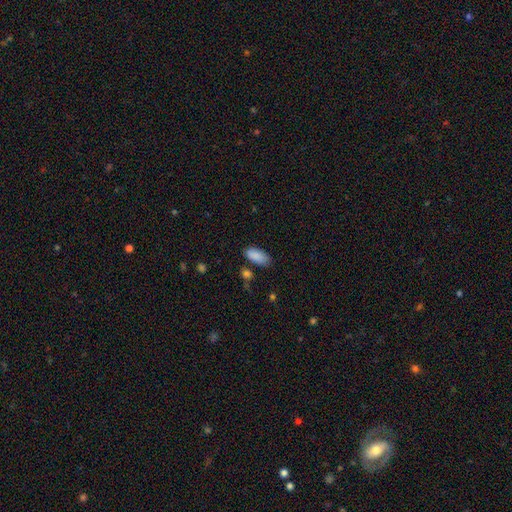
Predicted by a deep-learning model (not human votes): A smooth galaxy with no disk features (89%) that is in between round and cigar-shaped (90%).

Vote fractions:
- Smooth or featured? smooth: 89% / star or artifact: 7% / featured or disk: 4%
- How rounded? in between: 90% / cigar-shaped: 8% / round: 2%
- Merging? none: 77% / minor disturbance: 16% / merger: 4% / major disturbance: 4%